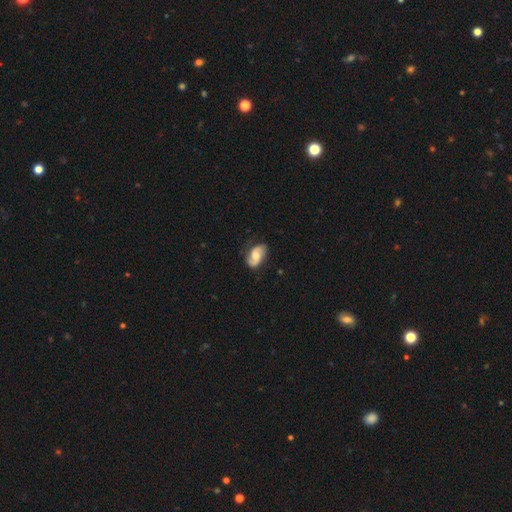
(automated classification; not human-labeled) Q: Smooth or featured?
A: featured or disk (57%); runner-up: smooth (36%)
Q: Edge-on disk?
A: no (96%); runner-up: yes (4%)
Q: Bar?
A: no (59%); runner-up: weak (33%)
Q: Spiral arms?
A: yes (90%); runner-up: no (10%)
Q: Bulge size?
A: moderate (58%); runner-up: small (24%)
Q: Merging?
A: none (70%); runner-up: minor disturbance (22%)